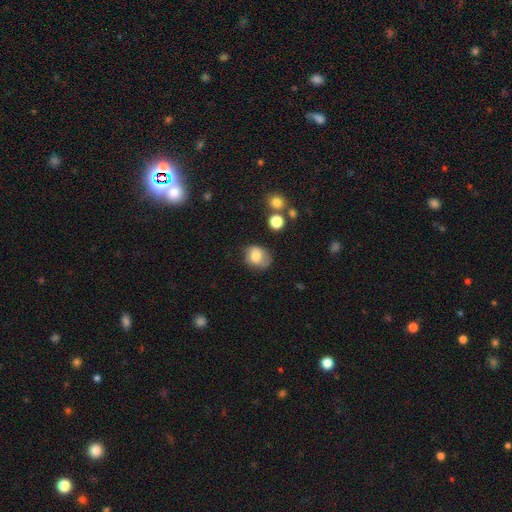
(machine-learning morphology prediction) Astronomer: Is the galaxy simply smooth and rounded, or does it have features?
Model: smooth — 74%.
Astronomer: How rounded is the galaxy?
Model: in between — 54% (runner-up: round, 45%).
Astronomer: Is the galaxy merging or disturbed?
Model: none — 58%.